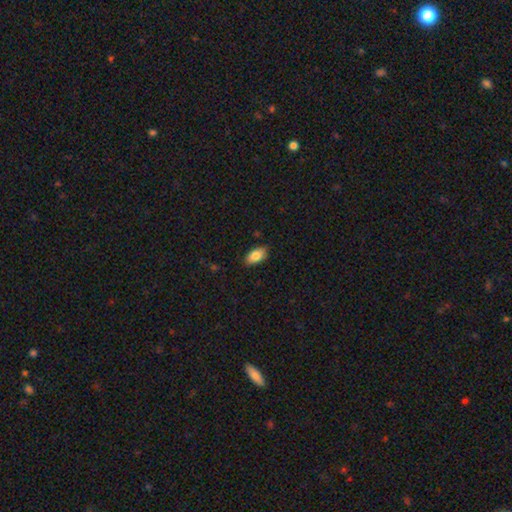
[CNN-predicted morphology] type=smooth (85%); roundness=in between (92%); merging=none (86%).